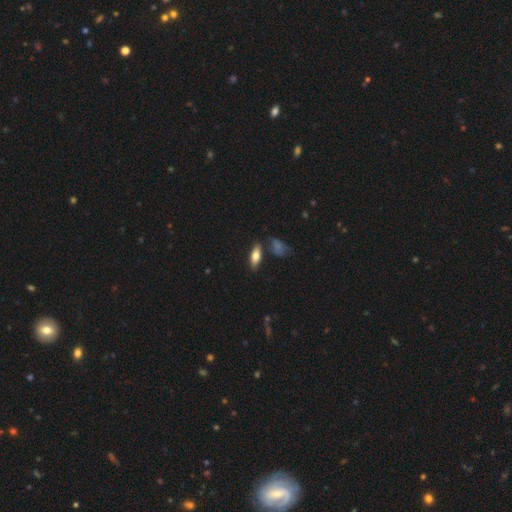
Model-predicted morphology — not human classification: smooth 69%, featured or disk 24%, star or artifact 7%. Down the decision tree: how rounded — in between (72%); merging — none (79%).